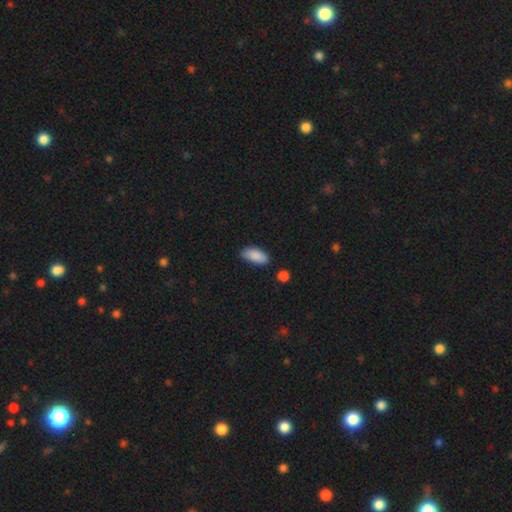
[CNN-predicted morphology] A smooth galaxy with no disk features (88%) that is in between round and cigar-shaped (87%).

Vote fractions:
- Smooth or featured? smooth: 88% / star or artifact: 7% / featured or disk: 5%
- How rounded? in between: 87% / cigar-shaped: 11% / round: 2%
- Merging? none: 75% / minor disturbance: 18% / merger: 3% / major disturbance: 3%